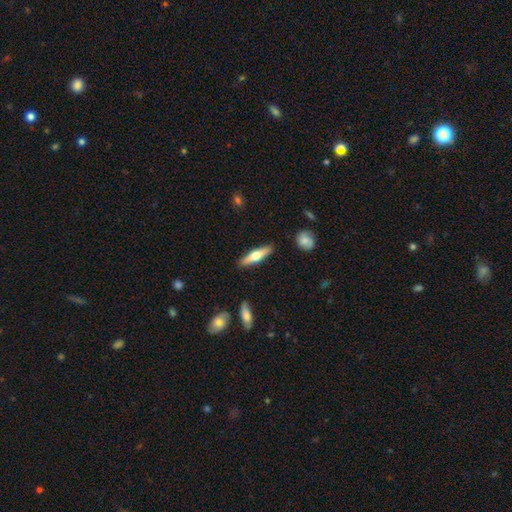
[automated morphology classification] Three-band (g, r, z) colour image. It shows a smooth galaxy with no disk features (48%). Merging: none (89%).